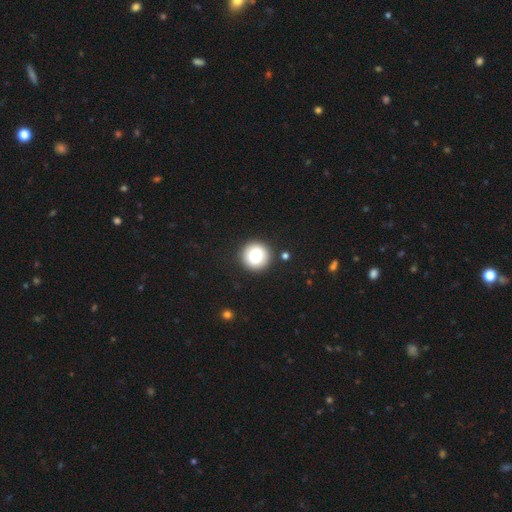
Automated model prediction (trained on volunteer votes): Morphology: type=smooth (81%); roundness=round (96%); merging=none (90%).